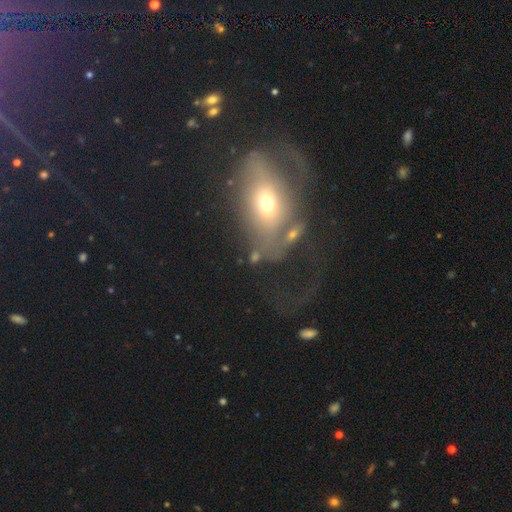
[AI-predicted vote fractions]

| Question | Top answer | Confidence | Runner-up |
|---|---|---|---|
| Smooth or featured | smooth | 43% | featured or disk (40%) |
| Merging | major disturbance | 41% | none (28%) |